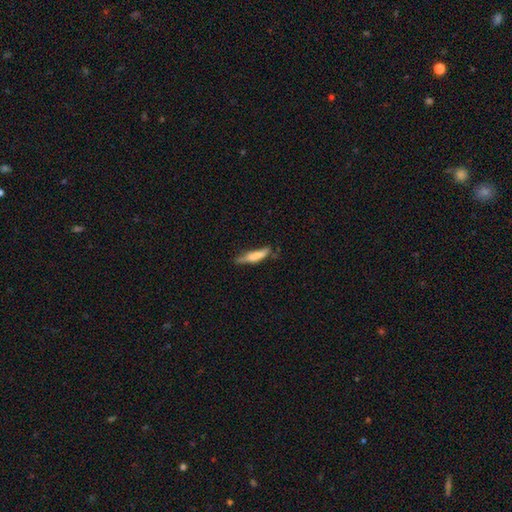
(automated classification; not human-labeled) This is likely a smooth galaxy (67%). How rounded: clearly cigar-shaped (82%). Merging: possibly none (57%).